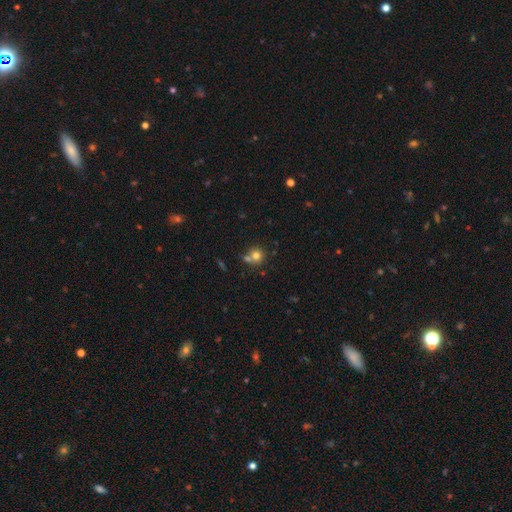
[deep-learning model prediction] smooth 75%, star or artifact 13%, featured or disk 12%. Down the decision tree: how rounded — round (88%); merging — none (53%).